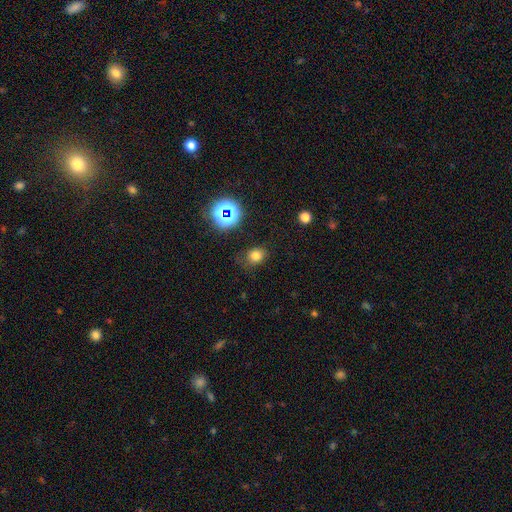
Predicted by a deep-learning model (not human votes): Smooth or featured? Predicted: smooth (p=0.74). How rounded? Predicted: round (p=0.55). Merging? Predicted: none (p=0.74).